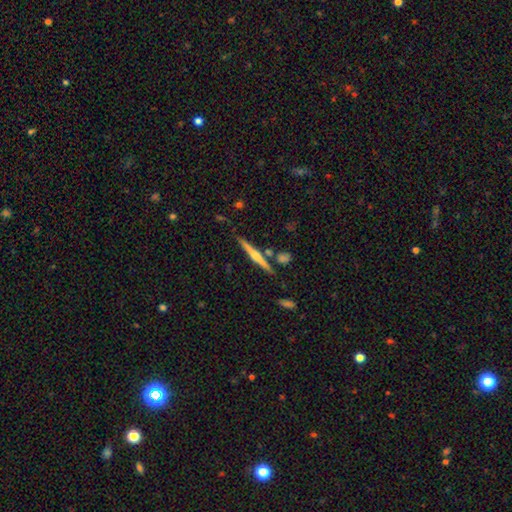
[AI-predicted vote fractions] featured or disk 65%, smooth 29%, star or artifact 7%. Down the decision tree: edge-on disk — yes (98%); edge-on bulge — rounded (75%); merging — none (82%).